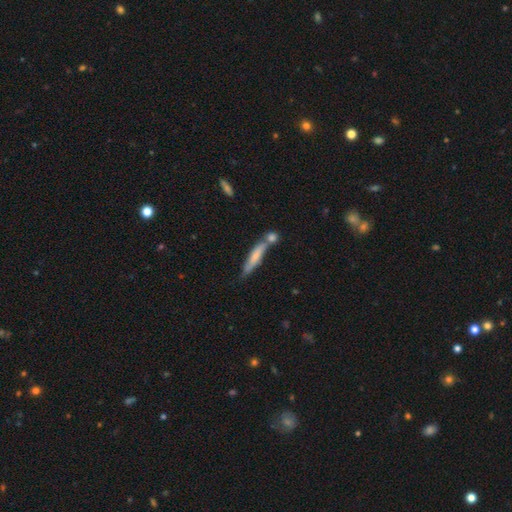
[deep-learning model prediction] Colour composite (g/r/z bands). It shows a smooth galaxy with no disk features (63%) that is cigar-shaped (86%). Merging: none (47%).